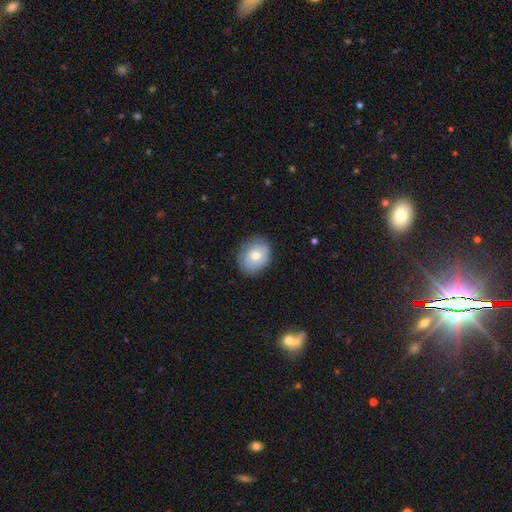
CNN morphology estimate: Smooth or featured: smooth — 61% (featured or disk — 30%)
How rounded: round — 53% (in between — 46%)
Merging: none — 78% (minor disturbance — 17%)